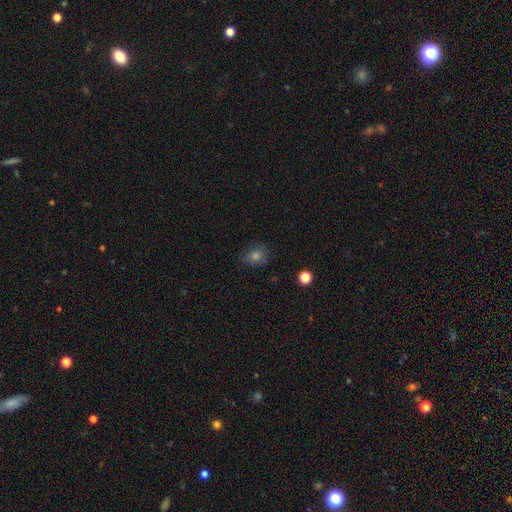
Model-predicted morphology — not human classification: Smooth or featured? Predicted: smooth (p=0.74). How rounded? Predicted: round (p=0.59). Merging? Predicted: none (p=0.79).